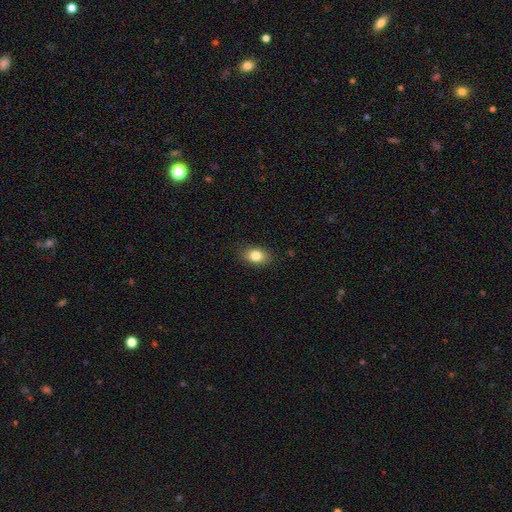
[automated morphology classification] A smooth galaxy with no disk features (82%) that is in between round and cigar-shaped (83%). Merging: none (86%).